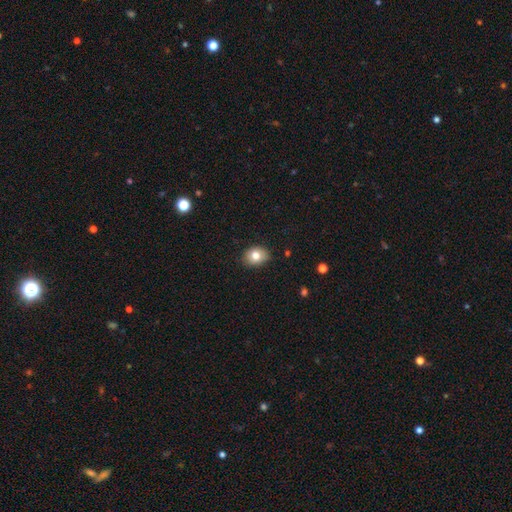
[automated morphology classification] A smooth galaxy with no disk features (80%) that is in between round and cigar-shaped (55%).

Vote fractions:
- Smooth or featured? smooth: 80% / featured or disk: 11% / star or artifact: 9%
- How rounded? in between: 55% / round: 44% / cigar-shaped: 1%
- Merging? none: 84% / minor disturbance: 13% / major disturbance: 2% / merger: 1%